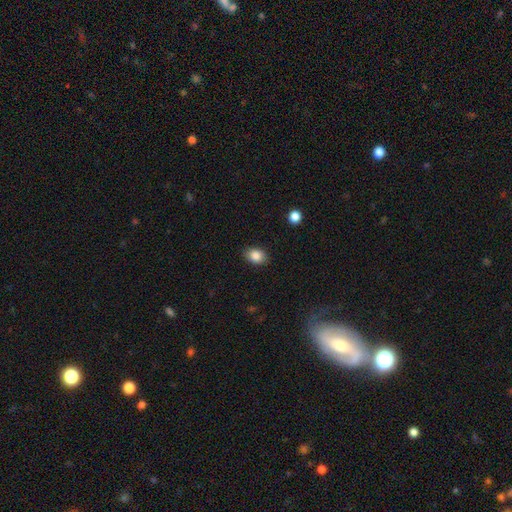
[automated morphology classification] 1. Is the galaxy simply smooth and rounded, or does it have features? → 86% smooth, 9% star or artifact, 6% featured or disk.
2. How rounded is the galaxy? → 73% in between, 26% round, 1% cigar-shaped.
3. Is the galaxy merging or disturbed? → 86% none, 10% minor disturbance, 2% major disturbance, 1% merger.